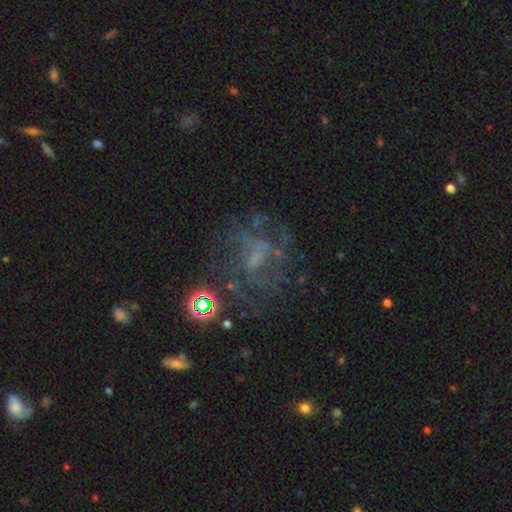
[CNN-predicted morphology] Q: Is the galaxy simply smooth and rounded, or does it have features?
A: featured or disk — 60%.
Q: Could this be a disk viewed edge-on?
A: no — 97%.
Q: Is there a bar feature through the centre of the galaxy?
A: no — 61%.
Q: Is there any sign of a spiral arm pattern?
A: no — 55%.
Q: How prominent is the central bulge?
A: none — 40%.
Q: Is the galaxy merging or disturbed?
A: none — 55%.